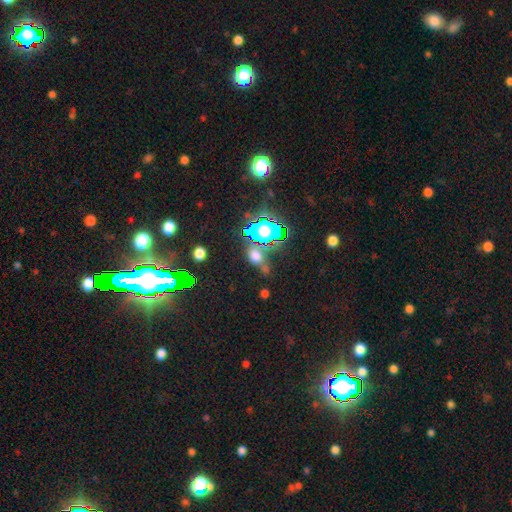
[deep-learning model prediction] This appears to be a smooth galaxy with no disk features (46%). Merging: none (61%).